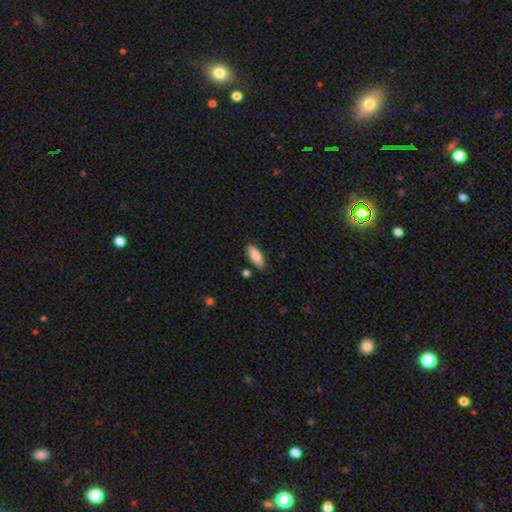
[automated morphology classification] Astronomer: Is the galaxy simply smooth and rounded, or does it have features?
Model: smooth — 86%.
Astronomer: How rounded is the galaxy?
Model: in between — 78%.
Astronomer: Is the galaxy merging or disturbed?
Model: none — 83%.